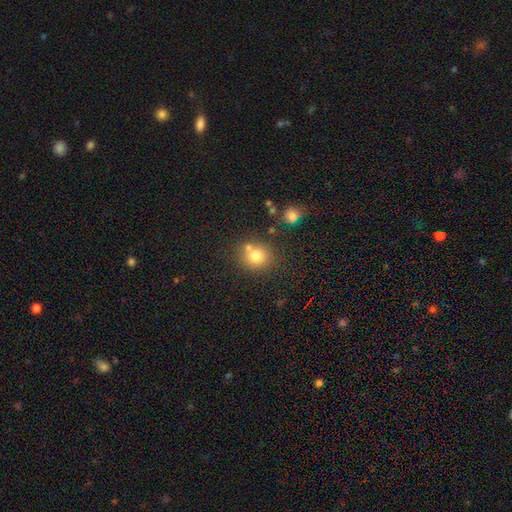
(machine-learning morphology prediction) A smooth galaxy with no disk features (77%) that is round (81%).

Vote fractions:
- Smooth or featured? smooth: 77% / star or artifact: 13% / featured or disk: 10%
- How rounded? round: 81% / in between: 18% / cigar-shaped: 1%
- Merging? none: 66% / merger: 20% / minor disturbance: 11% / major disturbance: 4%